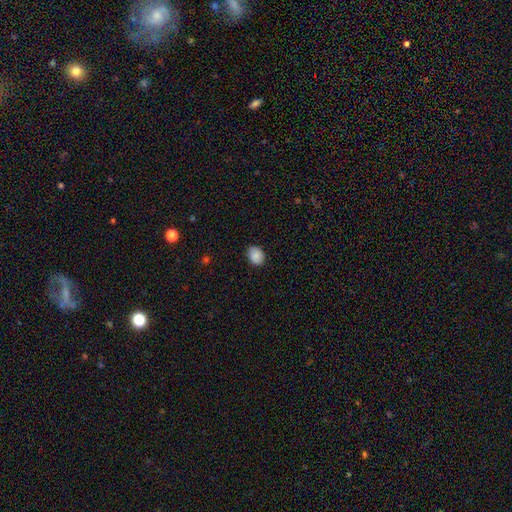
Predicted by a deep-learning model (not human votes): Smooth or featured? Predicted: smooth (p=0.87). How rounded? Predicted: in between (p=0.60). Merging? Predicted: none (p=0.86).